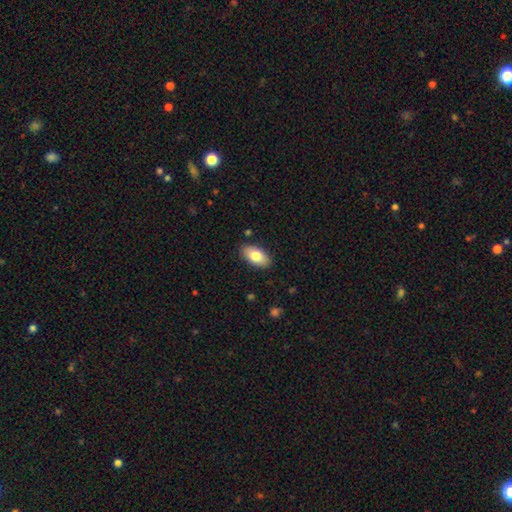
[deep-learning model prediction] smooth_or_featured: smooth (p=0.78) [alt: featured or disk p=0.15]
how_rounded: in between (p=0.94) [alt: round p=0.03]
merging: none (p=0.88) [alt: minor disturbance p=0.09]